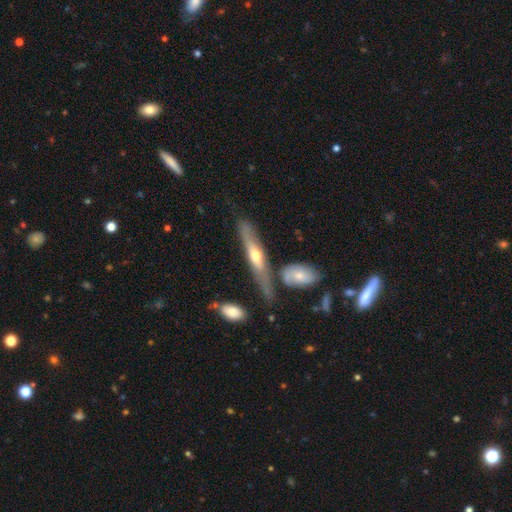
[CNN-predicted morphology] Smooth or featured? featured or disk (60%)
Edge-on disk? yes (82%)
Merging? none (62%)